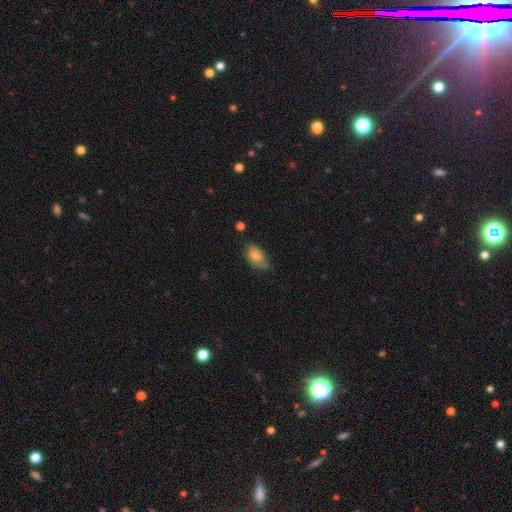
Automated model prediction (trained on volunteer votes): Smooth or featured? Predicted: smooth (p=0.75). How rounded? Predicted: in between (p=0.92). Merging? Predicted: none (p=0.56).